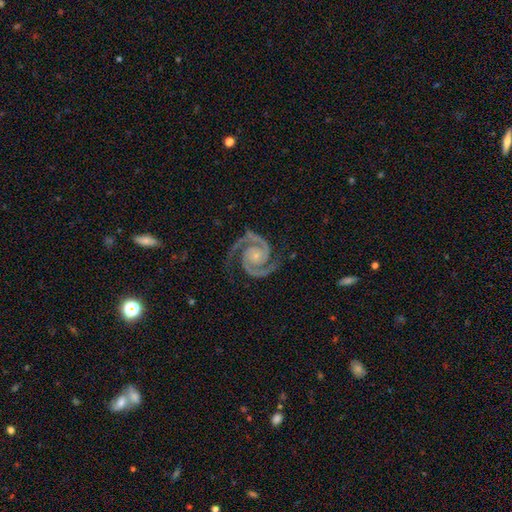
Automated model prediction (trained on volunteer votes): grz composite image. It shows a featured or disk galaxy (95%) with no bar (75%), 2 (95%) tight (49%) spiral arms (99%) and a small central bulge (71%). Merging: none (83%).